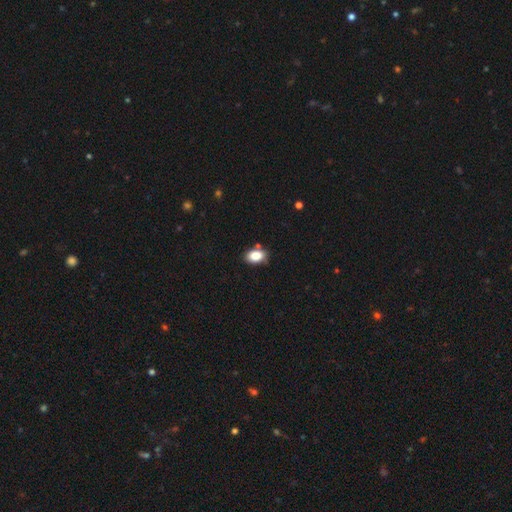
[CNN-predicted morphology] smooth_or_featured: smooth (p=0.86) [alt: star or artifact p=0.08]
how_rounded: in between (p=0.86) [alt: round p=0.12]
merging: none (p=0.74) [alt: minor disturbance p=0.17]